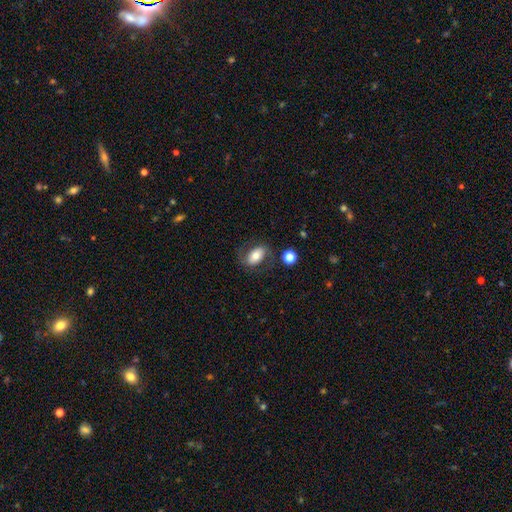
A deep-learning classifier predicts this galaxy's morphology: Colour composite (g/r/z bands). It shows a smooth galaxy with no disk features (58%) that is in between round and cigar-shaped (85%). Merging: none (66%).